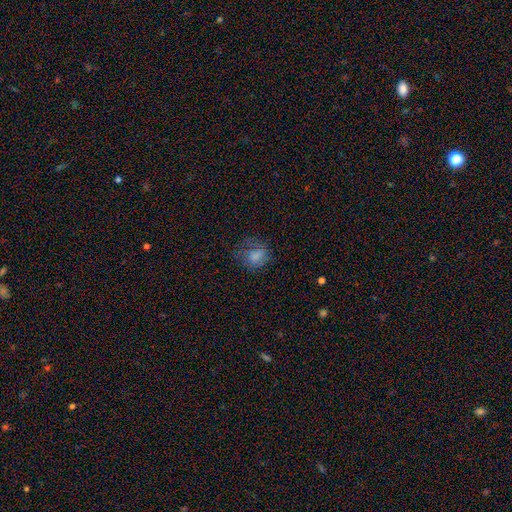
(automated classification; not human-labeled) A smooth galaxy with no disk features (68%) that is round (57%). Merging: none (53%).